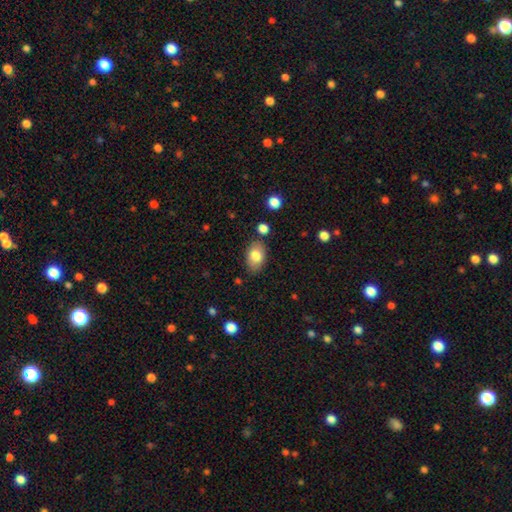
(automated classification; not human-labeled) smooth-or-featured: smooth: 80% | featured or disk: 12% | star or artifact: 8%
  how-rounded: in between: 87% | round: 12% | cigar-shaped: 1%
  merging: none: 80% | minor disturbance: 13% | merger: 4% | major disturbance: 3%